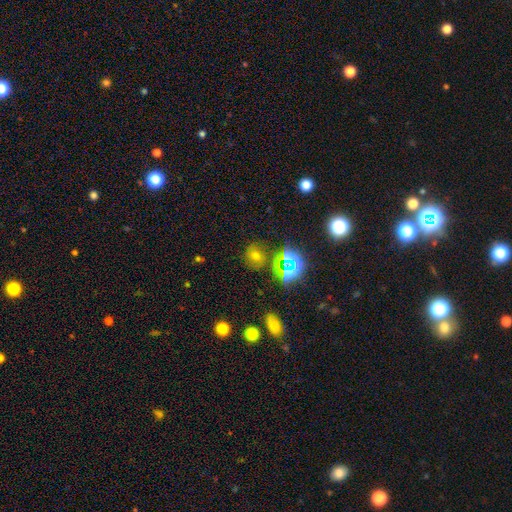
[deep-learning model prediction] Q: Smooth or featured?
A: smooth (49%); runner-up: star or artifact (37%)
Q: Merging?
A: none (78%); runner-up: minor disturbance (13%)